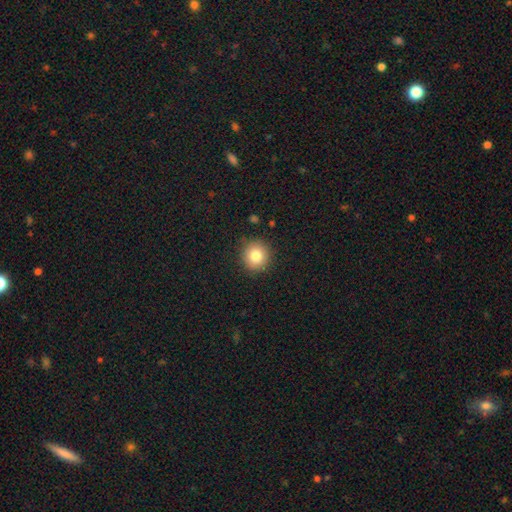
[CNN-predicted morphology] Q: Smooth or featured?
A: smooth (80%); runner-up: star or artifact (11%)
Q: How rounded?
A: round (92%); runner-up: in between (7%)
Q: Merging?
A: none (90%); runner-up: minor disturbance (7%)